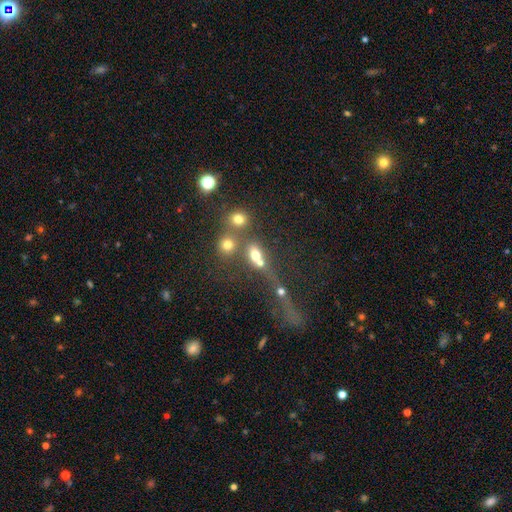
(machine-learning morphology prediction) A smooth galaxy with no disk features (64%) that is round (47%).

Vote fractions:
- Smooth or featured? smooth: 64% / star or artifact: 19% / featured or disk: 17%
- How rounded? round: 47% / in between: 45% / cigar-shaped: 8%
- Merging? merger: 40% / none: 39% / major disturbance: 11% / minor disturbance: 10%